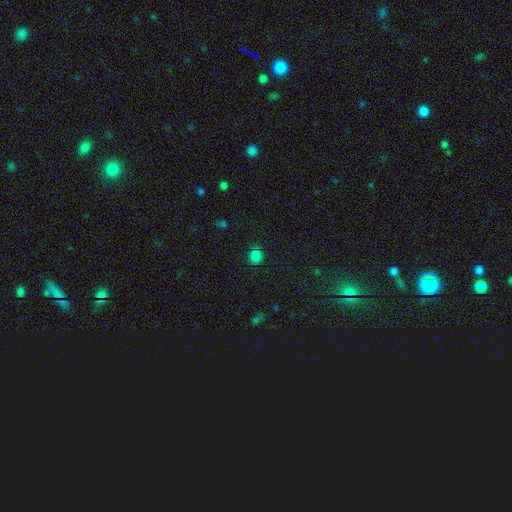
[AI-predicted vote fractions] smooth-or-featured: smooth: 82% | star or artifact: 14% | featured or disk: 3%
  how-rounded: round: 83% | in between: 16% | cigar-shaped: 1%
  merging: none: 87% | minor disturbance: 9% | major disturbance: 3% | merger: 1%